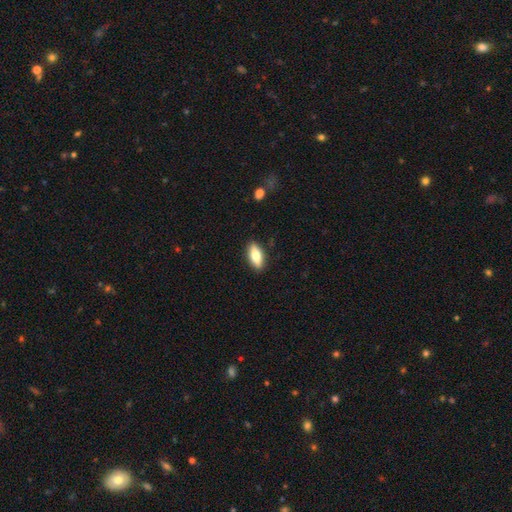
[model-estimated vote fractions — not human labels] The model was most divided on "how rounded": in between: 76%, cigar-shaped: 22%, round: 3%. More confident: merging — none (88%); smooth or featured — smooth (74%).